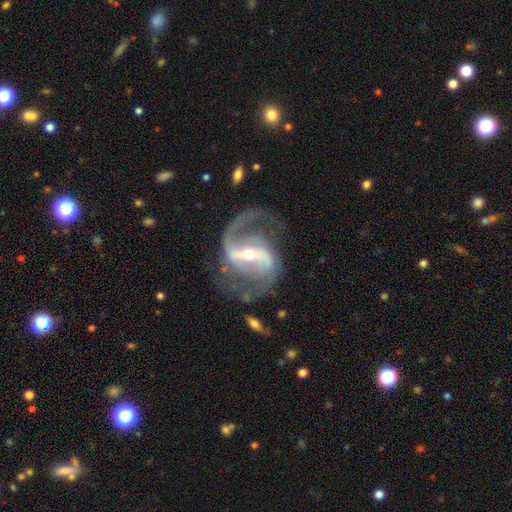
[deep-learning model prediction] featured or disk 92%, star or artifact 5%, smooth 3%. Down the decision tree: edge-on disk — no (97%); bar — strong (67%); spiral arms — yes (97%); spiral arm count — 2 (92%); spiral winding — medium (54%); bulge size — small (59%); merging — none (72%).